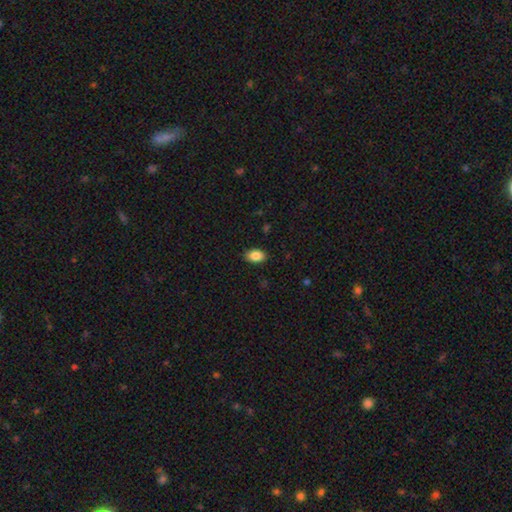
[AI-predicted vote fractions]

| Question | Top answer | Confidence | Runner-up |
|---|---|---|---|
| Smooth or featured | smooth | 86% | star or artifact (8%) |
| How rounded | in between | 88% | round (11%) |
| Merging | none | 89% | minor disturbance (8%) |